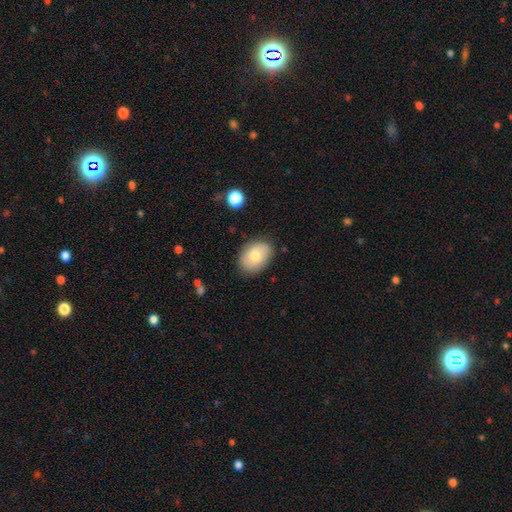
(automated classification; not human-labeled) Smooth or featured?
  - smooth: 73% *
  - featured or disk: 20%
  - star or artifact: 7%
How rounded?
  - in between: 80% *
  - round: 19%
  - cigar-shaped: 1%
Merging?
  - none: 81% *
  - minor disturbance: 14%
  - major disturbance: 3%
  - merger: 2%